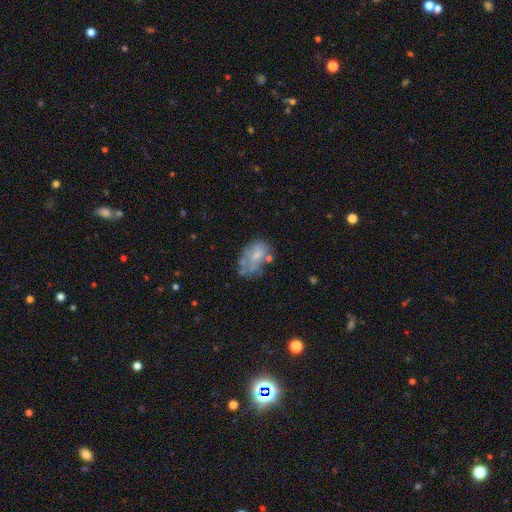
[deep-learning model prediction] Q: Smooth or featured?
A: featured or disk (46%); runner-up: smooth (45%)
Q: Merging?
A: none (37%); runner-up: minor disturbance (28%)